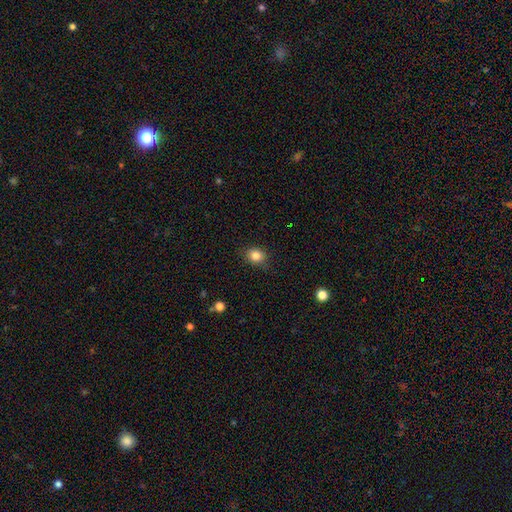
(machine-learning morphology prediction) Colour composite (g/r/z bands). It shows a smooth galaxy with no disk features (83%) that is round (59%). Merging: none (85%).